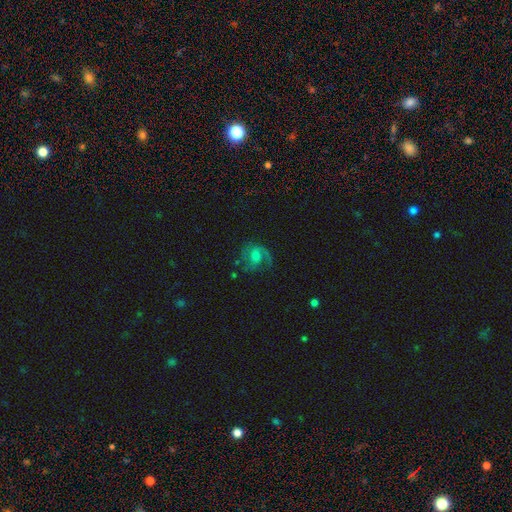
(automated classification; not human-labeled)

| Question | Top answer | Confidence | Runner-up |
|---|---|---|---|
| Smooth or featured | featured or disk | 68% | smooth (23%) |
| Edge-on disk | no | 97% | yes (3%) |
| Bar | no | 53% | weak (39%) |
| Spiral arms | yes | 89% | no (11%) |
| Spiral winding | medium | 49% | loose (30%) |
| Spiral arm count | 2 | 51% | 1 (27%) |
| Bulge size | moderate | 52% | small (30%) |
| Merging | none | 55% | major disturbance (22%) |